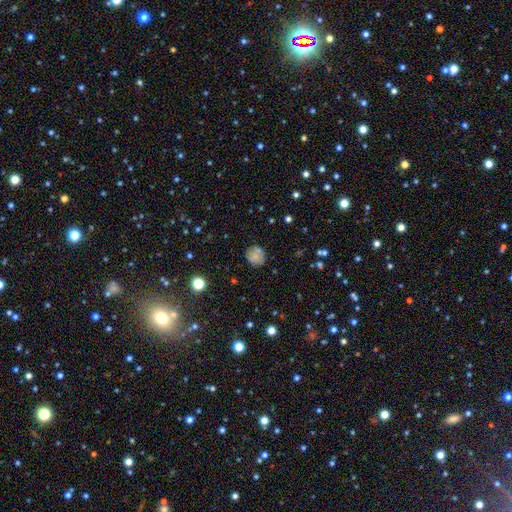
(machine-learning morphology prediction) smooth 74%, featured or disk 13%, star or artifact 13%. Down the decision tree: how rounded — round (86%); merging — none (73%).